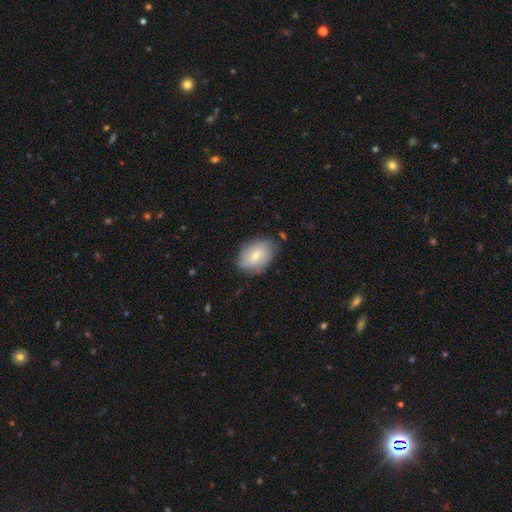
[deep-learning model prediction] Overall: smooth (68%). How rounded: in between (81%). Merging: none (74%).